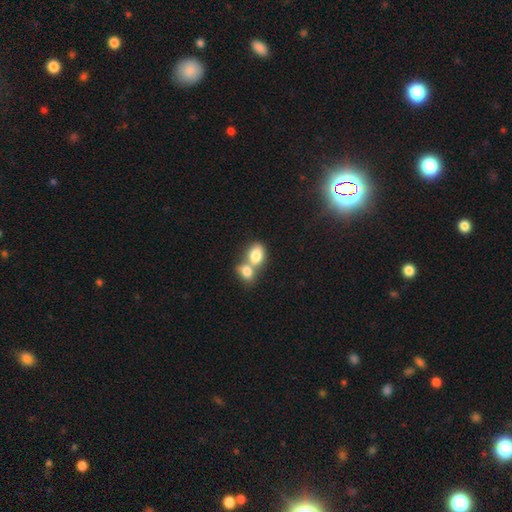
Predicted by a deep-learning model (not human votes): A smooth galaxy with no disk features (80%) that is in between round and cigar-shaped (73%).

Vote fractions:
- Smooth or featured? smooth: 80% / featured or disk: 12% / star or artifact: 8%
- How rounded? in between: 73% / round: 25% / cigar-shaped: 1%
- Merging? merger: 69% / none: 22% / minor disturbance: 6% / major disturbance: 3%